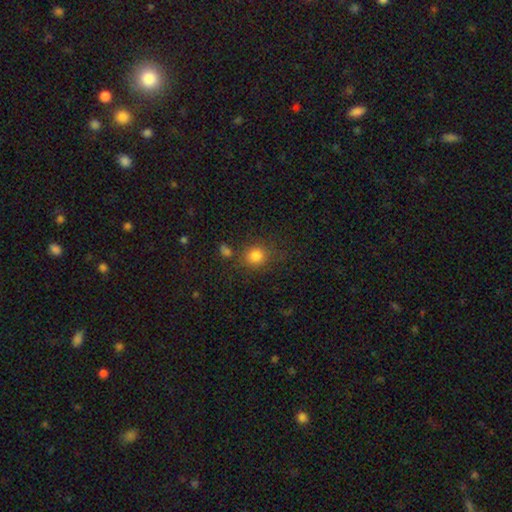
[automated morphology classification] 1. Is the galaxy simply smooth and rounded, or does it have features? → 82% smooth, 12% star or artifact, 6% featured or disk.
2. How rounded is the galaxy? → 79% round, 20% in between, 1% cigar-shaped.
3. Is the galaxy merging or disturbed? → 71% none, 14% minor disturbance, 9% merger, 6% major disturbance.